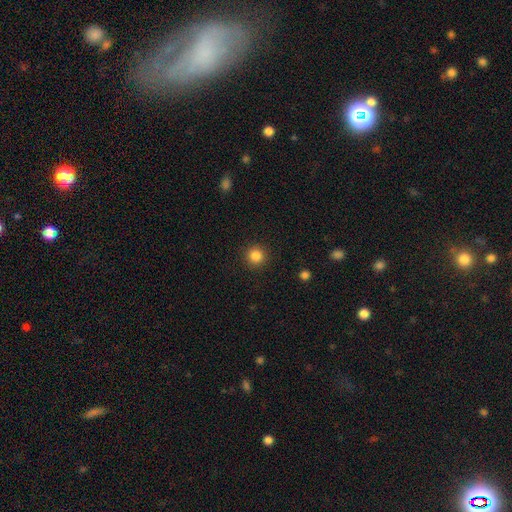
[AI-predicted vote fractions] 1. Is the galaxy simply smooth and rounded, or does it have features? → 85% smooth, 11% star or artifact, 4% featured or disk.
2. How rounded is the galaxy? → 95% round, 4% in between, 1% cigar-shaped.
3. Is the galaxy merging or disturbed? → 92% none, 5% minor disturbance, 2% major disturbance, 1% merger.